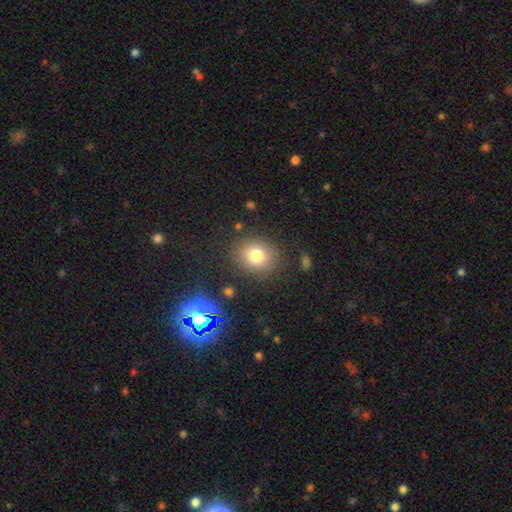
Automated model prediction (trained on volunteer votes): This is likely a smooth galaxy (78%). How rounded: likely round (72%). Merging: clearly none (85%).